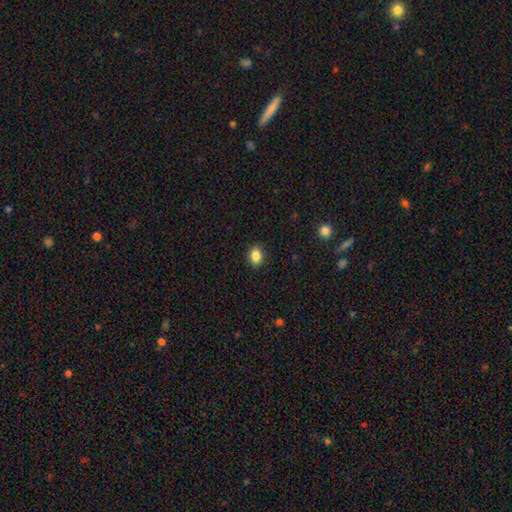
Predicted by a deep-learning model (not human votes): smooth 87%, star or artifact 9%, featured or disk 4%. Down the decision tree: how rounded — in between (73%); merging — none (89%).